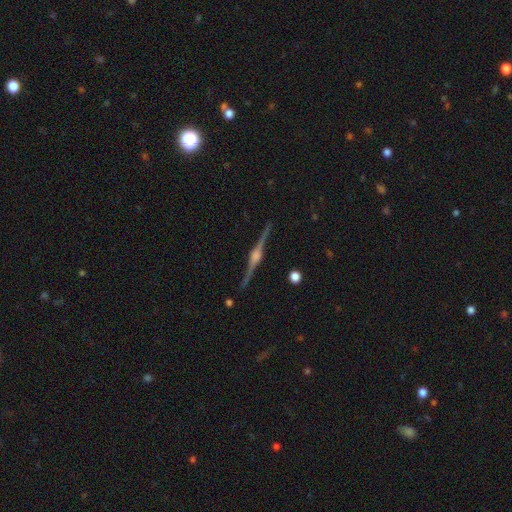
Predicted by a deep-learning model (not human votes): Morphology: type=featured or disk (90%); edge-on=yes (98%); edge-on bulge=rounded (87%); merging=none (91%).